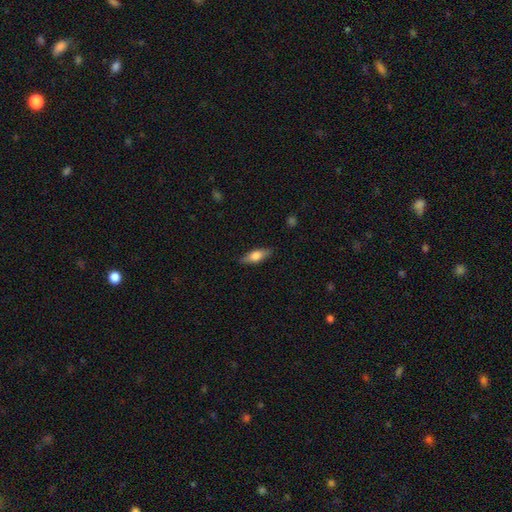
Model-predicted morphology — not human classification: A smooth galaxy with no disk features (60%) that is in between round and cigar-shaped (63%). Merging: none (85%).